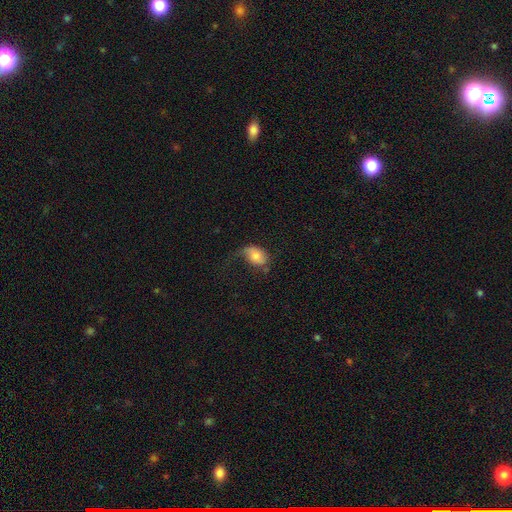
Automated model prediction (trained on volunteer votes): Smooth or featured?
  - smooth: 67% *
  - featured or disk: 25%
  - star or artifact: 8%
How rounded?
  - in between: 82% *
  - round: 16%
  - cigar-shaped: 1%
Merging?
  - none: 34% *
  - major disturbance: 33%
  - minor disturbance: 29%
  - merger: 3%